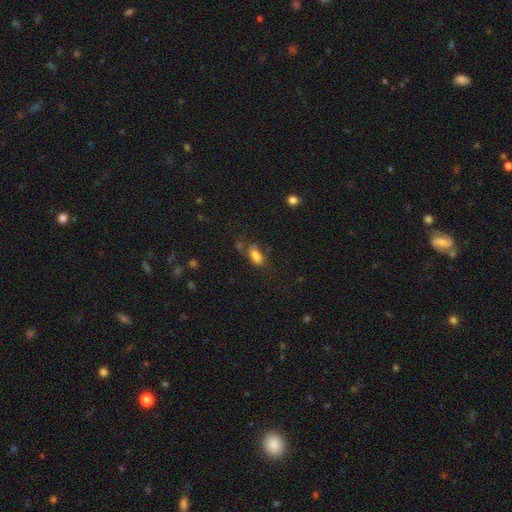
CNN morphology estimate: Smooth or featured? smooth (79%)
How rounded? in between (84%)
Merging? none (49%)